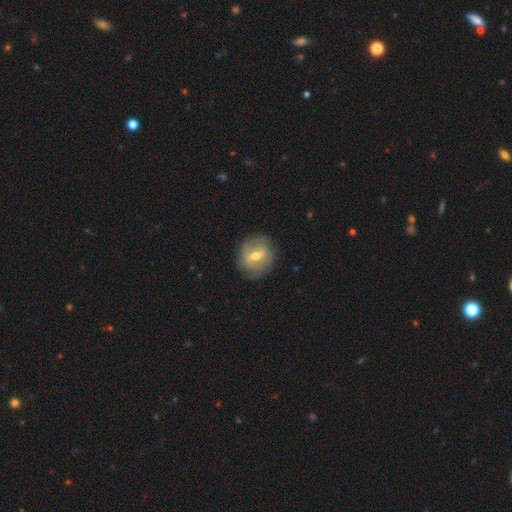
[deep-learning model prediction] Smooth or featured: featured or disk — 62% (smooth — 31%)
Edge-on disk: no — 94% (yes — 6%)
Bar: weak — 51% (strong — 31%)
Spiral arms: yes — 66% (no — 34%)
Bulge size: moderate — 71% (small — 22%)
Merging: none — 77% (minor disturbance — 16%)